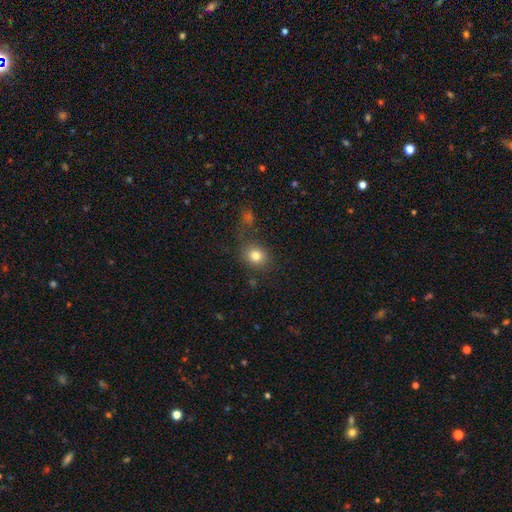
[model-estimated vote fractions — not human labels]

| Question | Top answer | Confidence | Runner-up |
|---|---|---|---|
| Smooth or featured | smooth | 80% | star or artifact (12%) |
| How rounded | round | 73% | in between (26%) |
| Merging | none | 74% | minor disturbance (13%) |